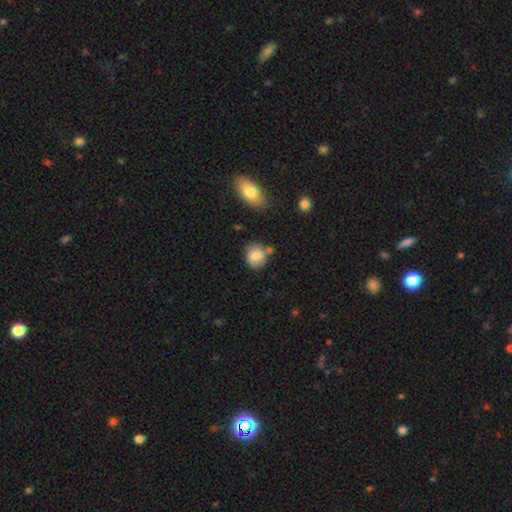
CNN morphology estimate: type=smooth (84%); roundness=round (75%); merging=none (68%).